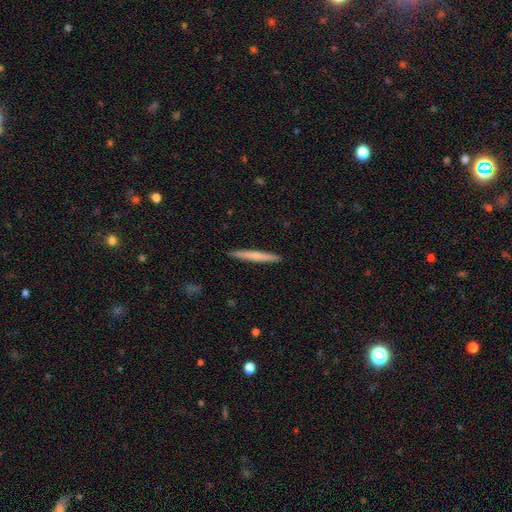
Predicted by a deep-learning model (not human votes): Smooth or featured: smooth — 60% (featured or disk — 35%)
How rounded: cigar-shaped — 97% (in between — 2%)
Merging: none — 92% (minor disturbance — 5%)